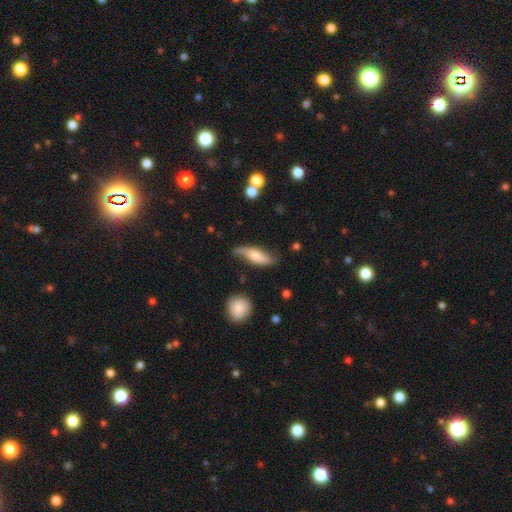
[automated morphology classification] Smooth or featured?
  - smooth: 49% *
  - featured or disk: 44%
  - star or artifact: 7%
Merging?
  - none: 55% *
  - minor disturbance: 32%
  - major disturbance: 10%
  - merger: 3%